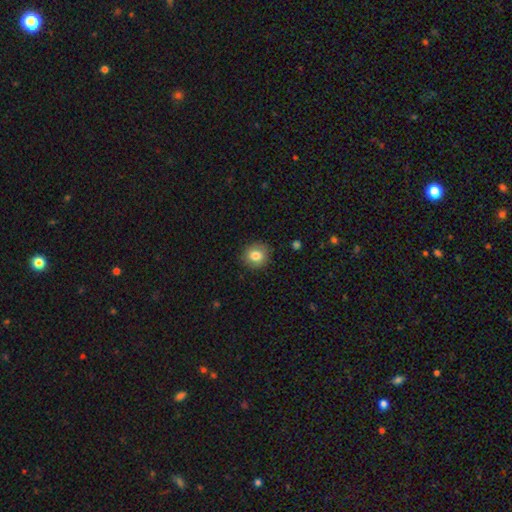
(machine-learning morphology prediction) A smooth galaxy with no disk features (82%) that is round (84%).

Vote fractions:
- Smooth or featured? smooth: 82% / star or artifact: 10% / featured or disk: 8%
- How rounded? round: 84% / in between: 15% / cigar-shaped: 1%
- Merging? none: 88% / minor disturbance: 8% / major disturbance: 2% / merger: 1%